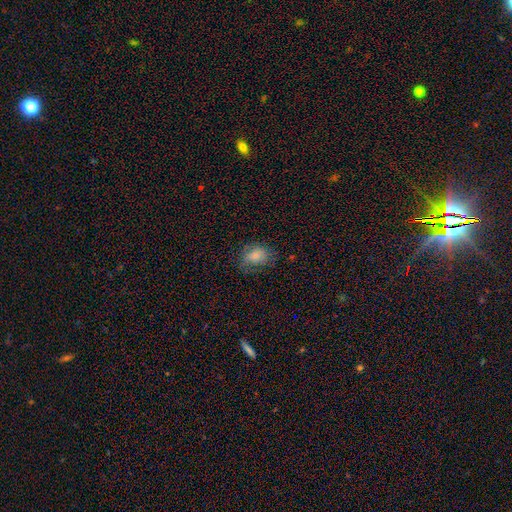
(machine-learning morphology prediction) A smooth galaxy with no disk features (79%) that is in between round and cigar-shaped (66%).

Vote fractions:
- Smooth or featured? smooth: 79% / featured or disk: 11% / star or artifact: 11%
- How rounded? in between: 66% / round: 33% / cigar-shaped: 1%
- Merging? none: 63% / minor disturbance: 24% / major disturbance: 11% / merger: 1%